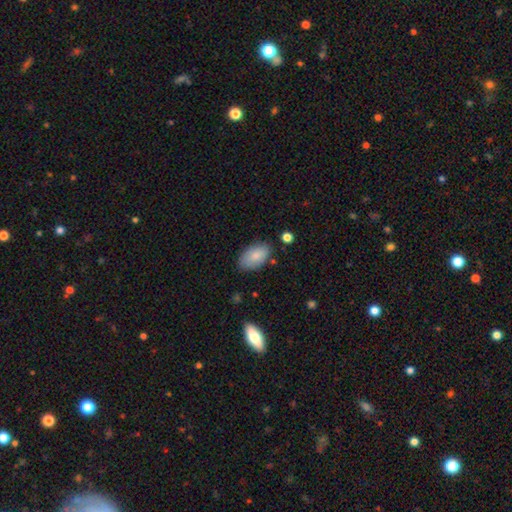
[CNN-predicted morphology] Smooth or featured? smooth (82%)
How rounded? in between (94%)
Merging? none (77%)